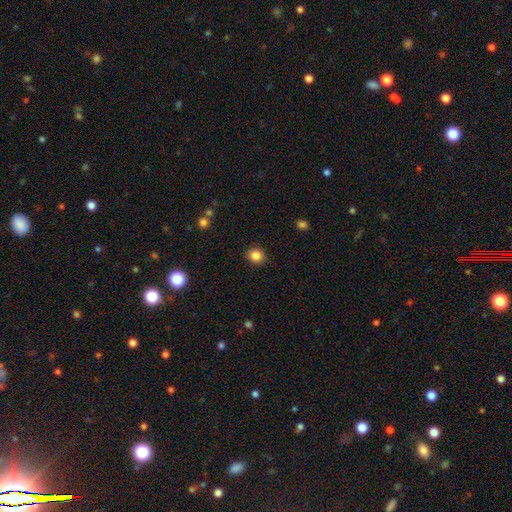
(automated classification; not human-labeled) Smooth or featured? smooth (85%)
How rounded? round (75%)
Merging? none (88%)